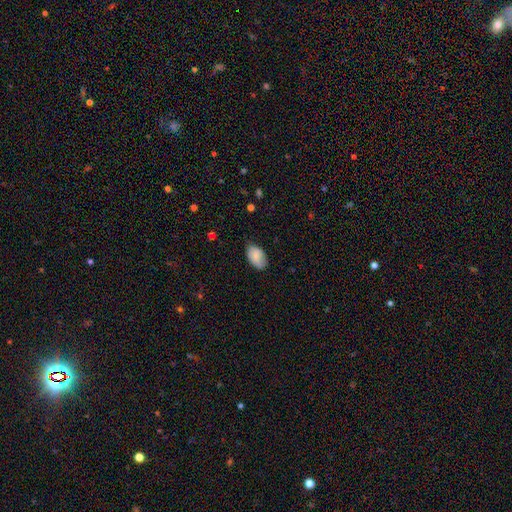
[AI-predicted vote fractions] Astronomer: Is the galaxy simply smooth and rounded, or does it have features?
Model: smooth — 83%.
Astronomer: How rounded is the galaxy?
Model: in between — 92%.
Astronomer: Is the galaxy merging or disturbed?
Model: none — 72%.